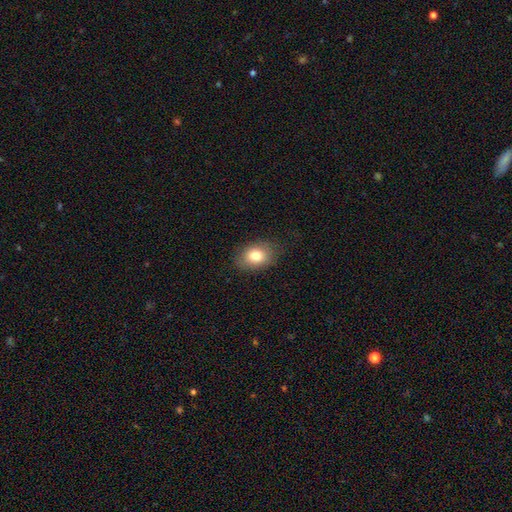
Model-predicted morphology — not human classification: Overall: smooth (81%). How rounded: in between (78%). Merging: none (81%).